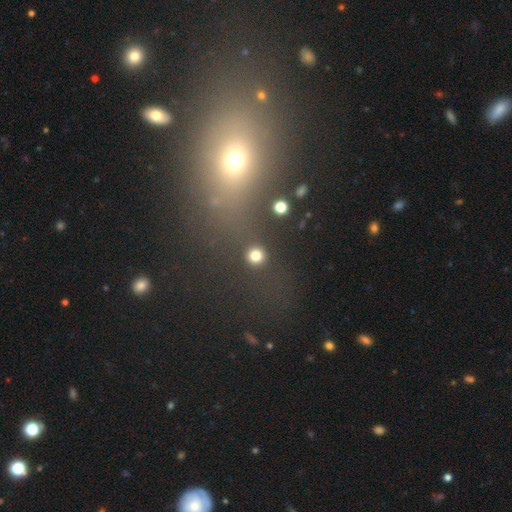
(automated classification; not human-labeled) Smooth or featured? smooth (81%)
How rounded? round (92%)
Merging? none (89%)